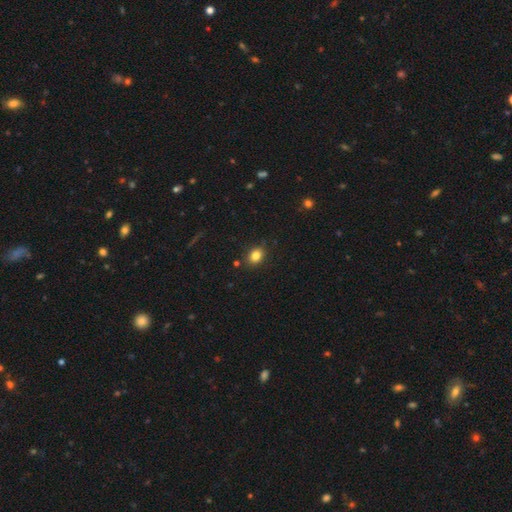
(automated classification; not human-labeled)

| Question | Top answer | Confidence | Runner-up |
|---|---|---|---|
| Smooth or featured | smooth | 83% | star or artifact (11%) |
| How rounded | in between | 60% | round (39%) |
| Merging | none | 84% | minor disturbance (11%) |